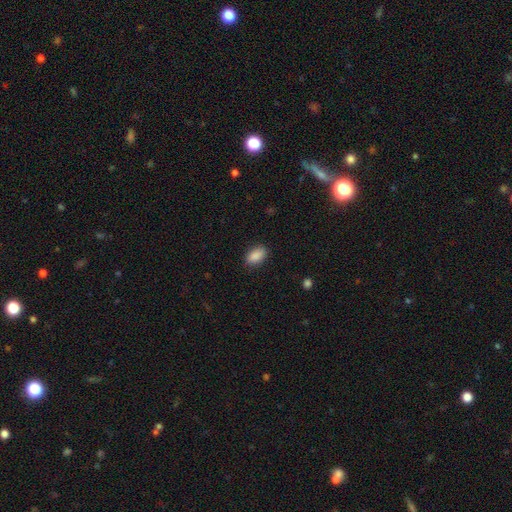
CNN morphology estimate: Overall: smooth (89%). How rounded: in between (91%). Merging: none (86%).